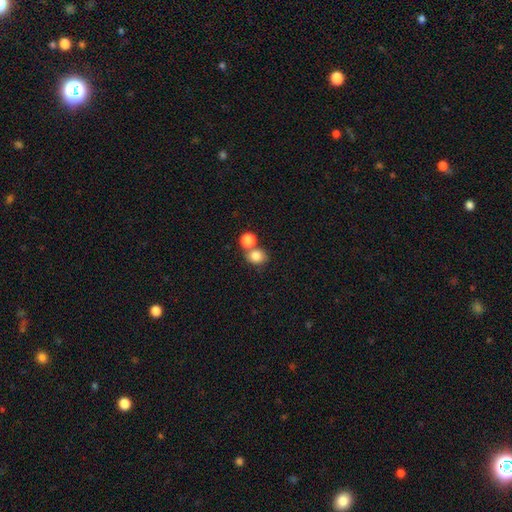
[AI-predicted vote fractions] Smooth or featured: smooth — 82% (star or artifact — 11%)
How rounded: round — 70% (in between — 29%)
Merging: none — 52% (merger — 36%)